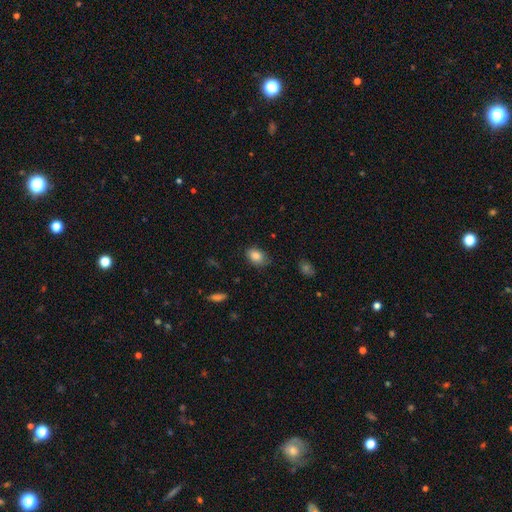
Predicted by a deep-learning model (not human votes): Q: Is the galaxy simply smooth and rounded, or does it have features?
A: smooth — 85%.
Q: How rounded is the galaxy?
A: in between — 80%.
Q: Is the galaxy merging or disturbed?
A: none — 73%.